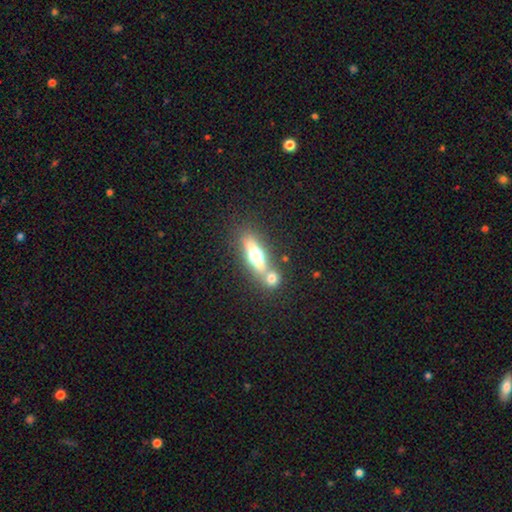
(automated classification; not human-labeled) Smooth or featured?
  - smooth: 48% *
  - featured or disk: 43%
  - star or artifact: 8%
Merging?
  - none: 49% *
  - merger: 37%
  - minor disturbance: 10%
  - major disturbance: 4%